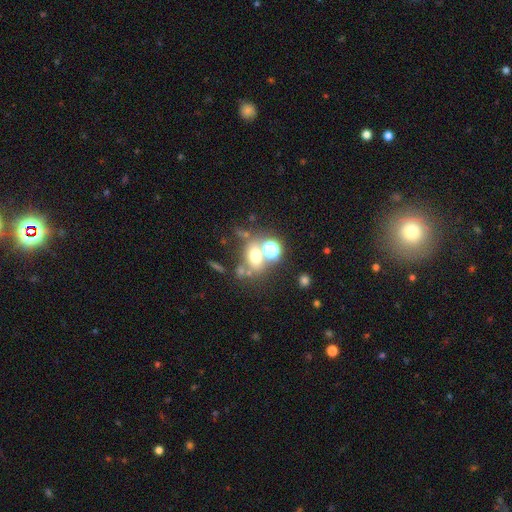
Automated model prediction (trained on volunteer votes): Overall: smooth (61%; star or artifact 23%). How rounded: in between (50%; round 47%). Merging: none (53%; merger 28%).